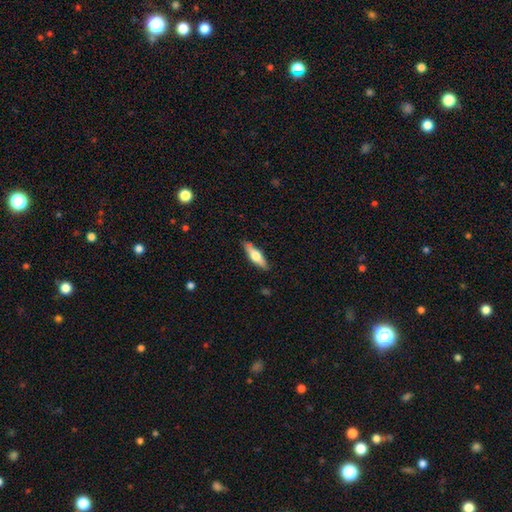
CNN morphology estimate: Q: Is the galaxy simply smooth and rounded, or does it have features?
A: smooth — 50%.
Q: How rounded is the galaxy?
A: cigar-shaped — 59%.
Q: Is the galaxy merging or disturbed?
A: none — 85%.